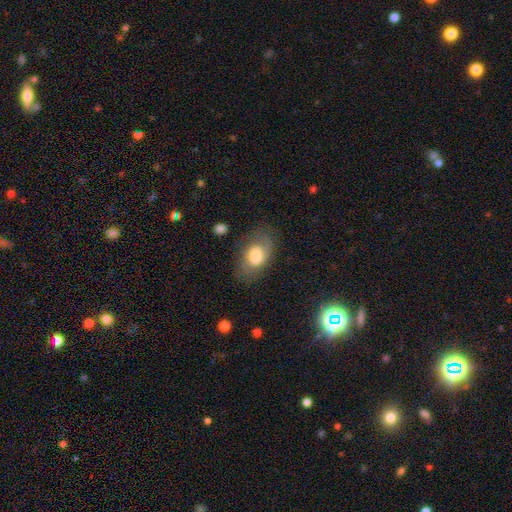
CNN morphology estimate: Smooth or featured? smooth (52%)
How rounded? in between (85%)
Merging? none (70%)